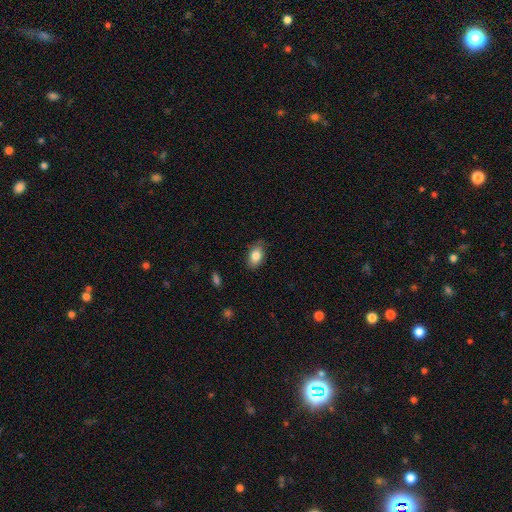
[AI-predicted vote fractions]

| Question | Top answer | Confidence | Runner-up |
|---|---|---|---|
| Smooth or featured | smooth | 83% | featured or disk (10%) |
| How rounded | in between | 89% | round (9%) |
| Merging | none | 79% | minor disturbance (17%) |